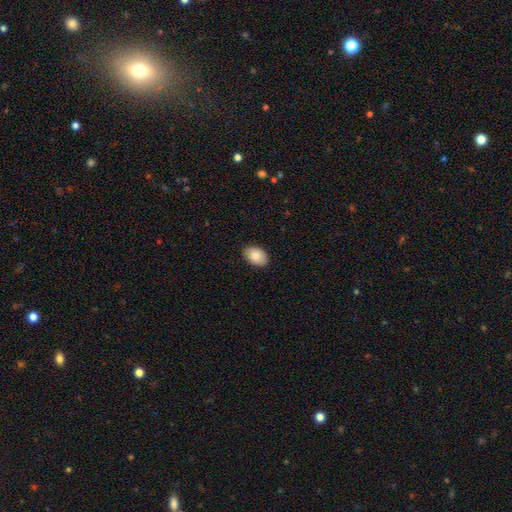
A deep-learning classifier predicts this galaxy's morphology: The model was most divided on "merging": none: 86%, minor disturbance: 11%, major disturbance: 2%, merger: 1%. More confident: how rounded — in between (89%); smooth or featured — smooth (87%).